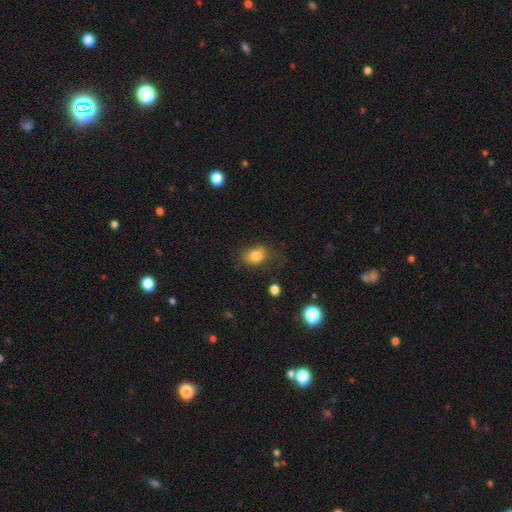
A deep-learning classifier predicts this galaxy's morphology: smooth-or-featured: smooth: 80% | star or artifact: 10% | featured or disk: 9%
  how-rounded: in between: 71% | round: 28% | cigar-shaped: 1%
  merging: none: 54% | minor disturbance: 27% | major disturbance: 13% | merger: 6%